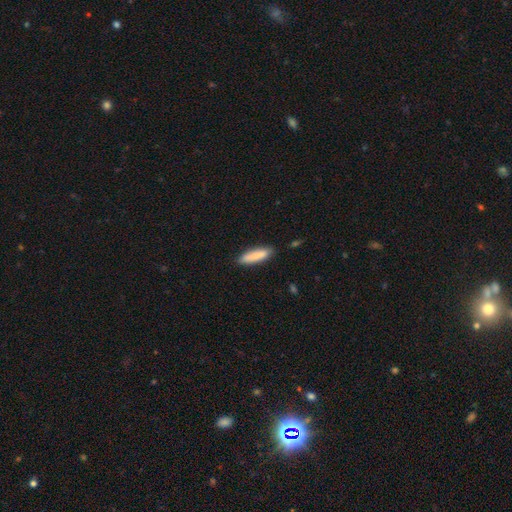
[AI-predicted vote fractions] A smooth galaxy with no disk features (84%) that is cigar-shaped (65%).

Vote fractions:
- Smooth or featured? smooth: 84% / featured or disk: 10% / star or artifact: 6%
- How rounded? cigar-shaped: 65% / in between: 34% / round: 1%
- Merging? none: 85% / minor disturbance: 12% / major disturbance: 2% / merger: 2%